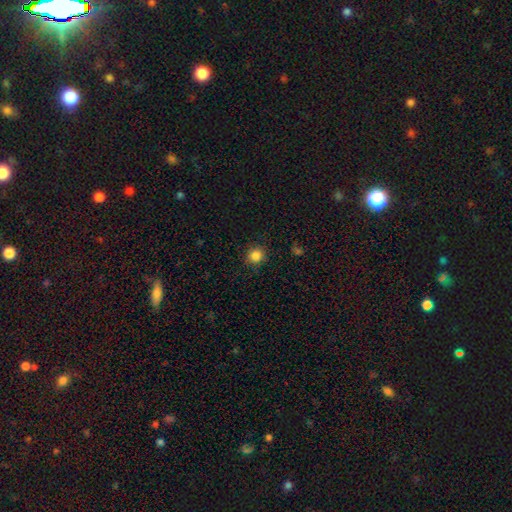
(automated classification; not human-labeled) A smooth galaxy with no disk features (85%) that is round (89%).

Vote fractions:
- Smooth or featured? smooth: 85% / star or artifact: 11% / featured or disk: 4%
- How rounded? round: 89% / in between: 10% / cigar-shaped: 1%
- Merging? none: 88% / minor disturbance: 8% / major disturbance: 2% / merger: 1%